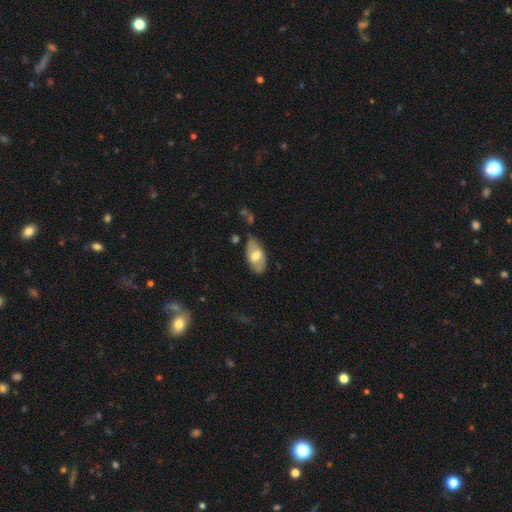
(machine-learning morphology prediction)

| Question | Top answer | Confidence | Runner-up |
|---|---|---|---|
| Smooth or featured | smooth | 61% | featured or disk (33%) |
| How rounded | in between | 93% | cigar-shaped (4%) |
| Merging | none | 68% | minor disturbance (22%) |